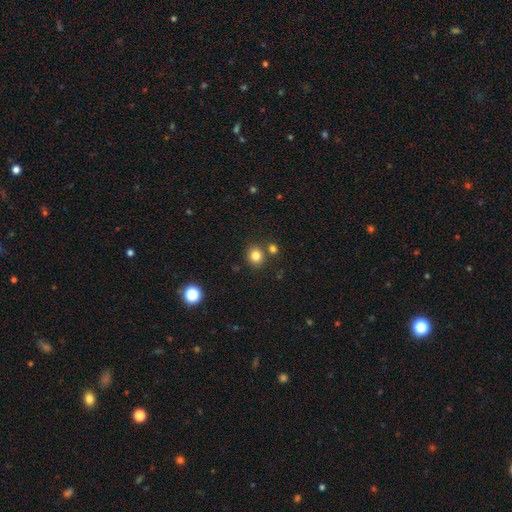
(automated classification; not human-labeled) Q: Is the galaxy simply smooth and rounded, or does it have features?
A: smooth — 82%.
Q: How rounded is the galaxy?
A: round — 76%.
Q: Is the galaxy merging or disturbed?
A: none — 77%.